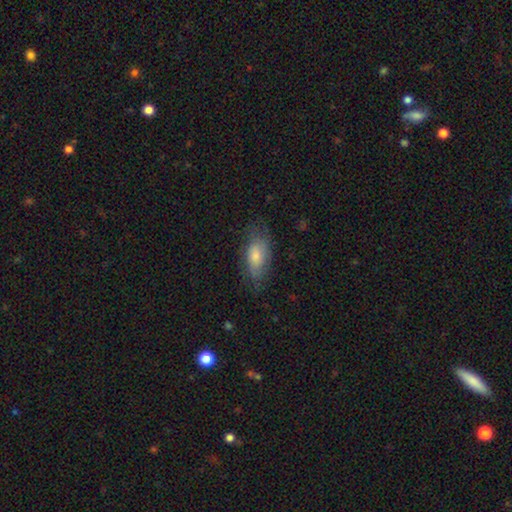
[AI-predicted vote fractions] Morphology: type=smooth (65%); roundness=in between (84%); merging=none (68%).